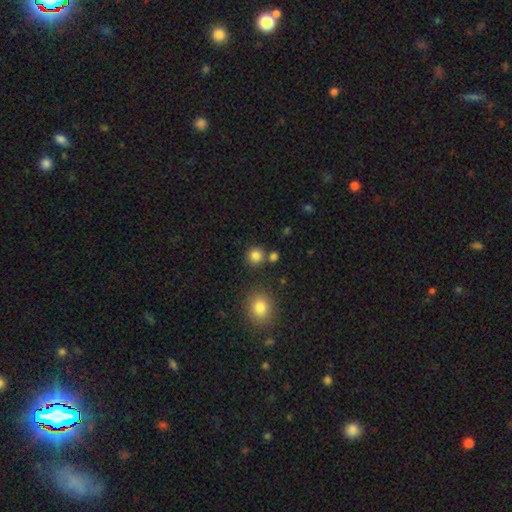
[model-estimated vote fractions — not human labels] Smooth or featured: smooth — 82% (star or artifact — 13%)
How rounded: round — 89% (in between — 10%)
Merging: none — 78% (merger — 11%)